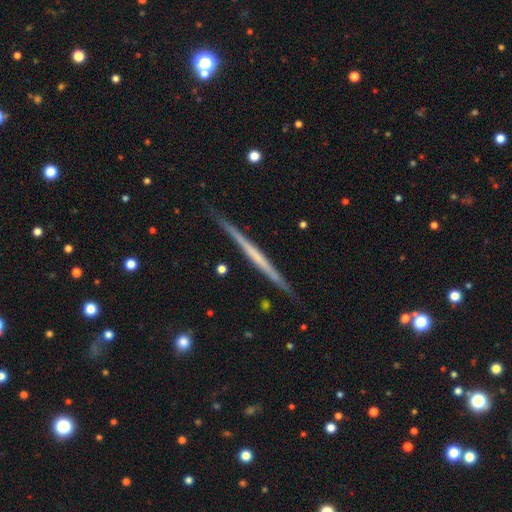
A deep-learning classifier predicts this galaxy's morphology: This appears to be a featured or disk galaxy (67%) viewed edge-on (98%) with no central bulge (86%). Merging: none (89%).